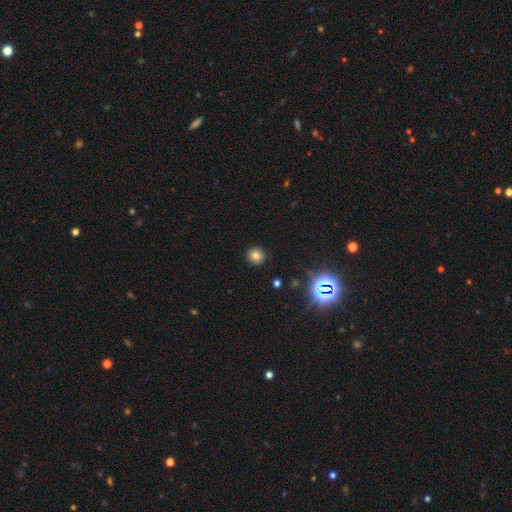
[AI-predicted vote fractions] A smooth galaxy with no disk features (75%) that is round (93%). Merging: none (91%).